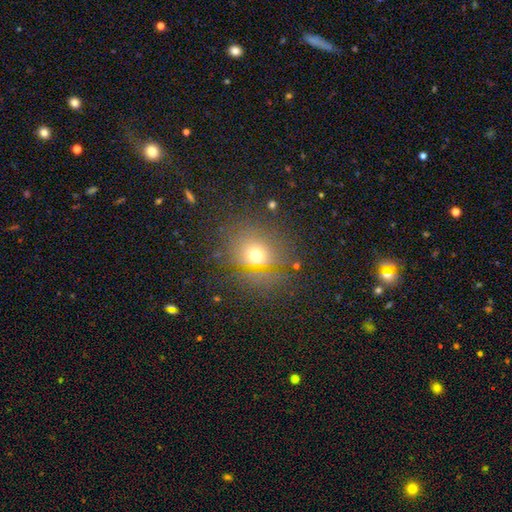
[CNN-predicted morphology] smooth-or-featured: smooth: 63% | star or artifact: 23% | featured or disk: 14%
  how-rounded: round: 69% | in between: 29% | cigar-shaped: 2%
  merging: none: 74% | minor disturbance: 15% | major disturbance: 8% | merger: 3%